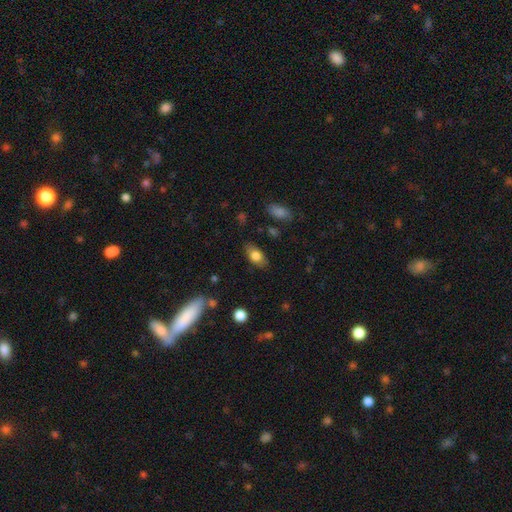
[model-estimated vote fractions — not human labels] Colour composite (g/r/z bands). It shows a smooth galaxy with no disk features (79%) that is in between round and cigar-shaped (89%). Merging: none (82%).